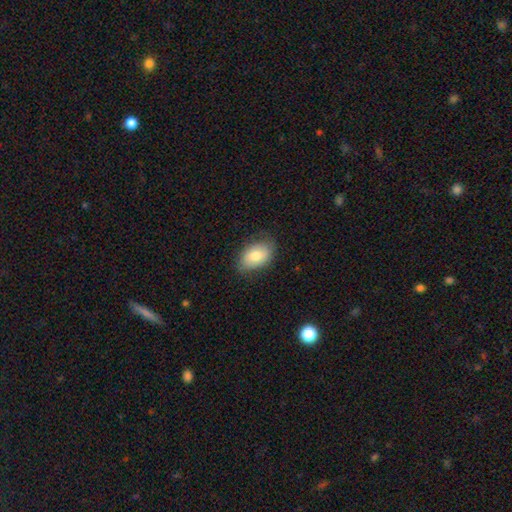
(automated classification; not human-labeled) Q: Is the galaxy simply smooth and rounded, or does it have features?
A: smooth — 78%.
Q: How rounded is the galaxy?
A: in between — 88%.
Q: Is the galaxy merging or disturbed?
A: none — 79%.